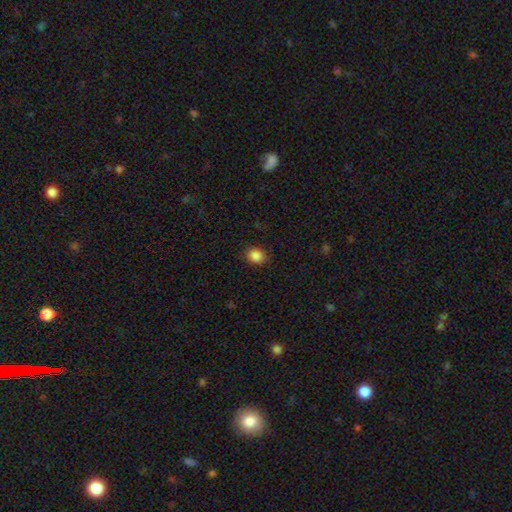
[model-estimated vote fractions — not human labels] A smooth galaxy with no disk features (87%) that is round (63%). Merging: none (87%).